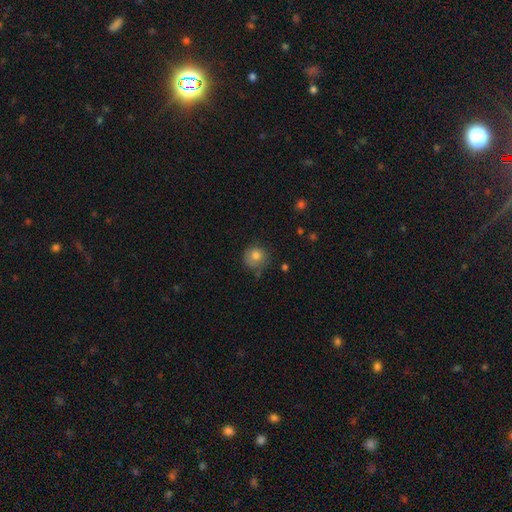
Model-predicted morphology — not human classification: Smooth or featured? Predicted: smooth (p=0.79). How rounded? Predicted: round (p=0.88). Merging? Predicted: none (p=0.65).